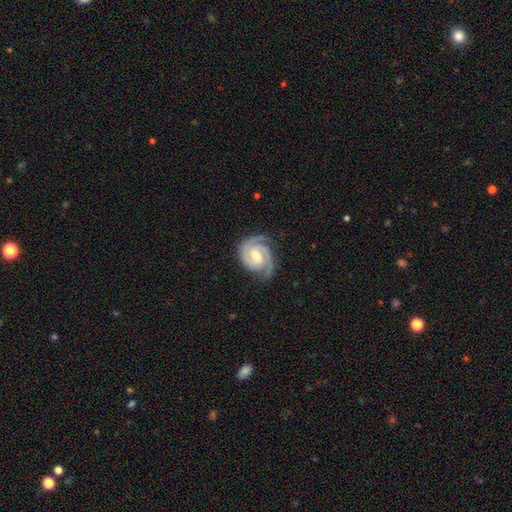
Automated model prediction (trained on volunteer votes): This is clearly a featured or disk galaxy (92%). It is clearly not viewed edge-on (98%). Bar: possibly weak (49%). Spiral arm pattern: clearly yes (99%). Spiral arm count: likely 2 (75%). Spiral winding: likely tight (66%). Central bulge: likely moderate (66%). Merging: likely none (76%).